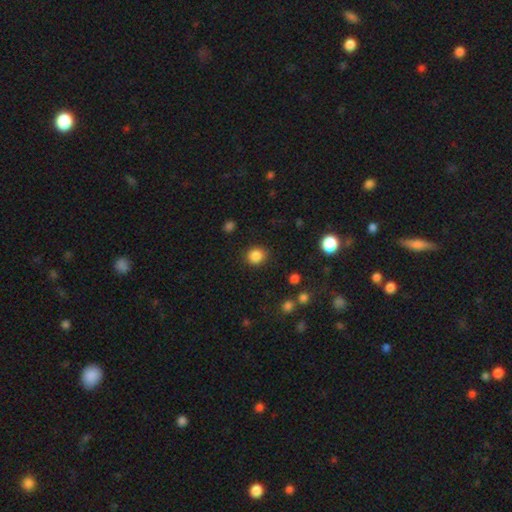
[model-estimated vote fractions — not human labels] Smooth or featured? Predicted: smooth (p=0.86). How rounded? Predicted: round (p=0.81). Merging? Predicted: none (p=0.88).